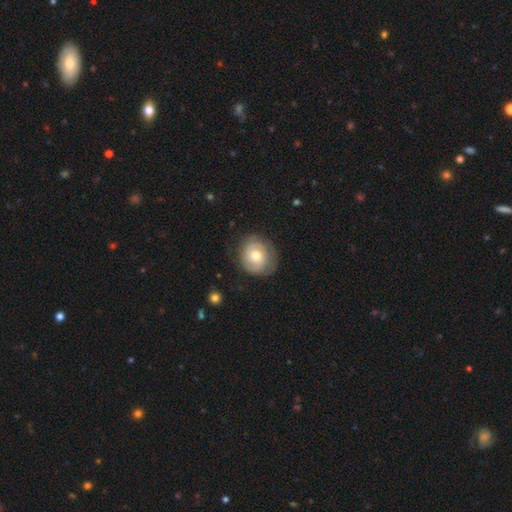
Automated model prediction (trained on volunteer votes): A featured or disk galaxy (54%) with no bar (76%), spiral arms (77%) and a moderate central bulge (71%).

Vote fractions:
- Smooth or featured? featured or disk: 54% / smooth: 39% / star or artifact: 7%
- Edge-on disk? no: 97% / yes: 3%
- Bar? no: 76% / weak: 21% / strong: 4%
- Spiral arms? yes: 77% / no: 23%
- Bulge size? moderate: 71% / small: 18% / large: 9% / none: 1% / dominant: 1%
- Merging? none: 76% / minor disturbance: 16% / major disturbance: 6% / merger: 1%